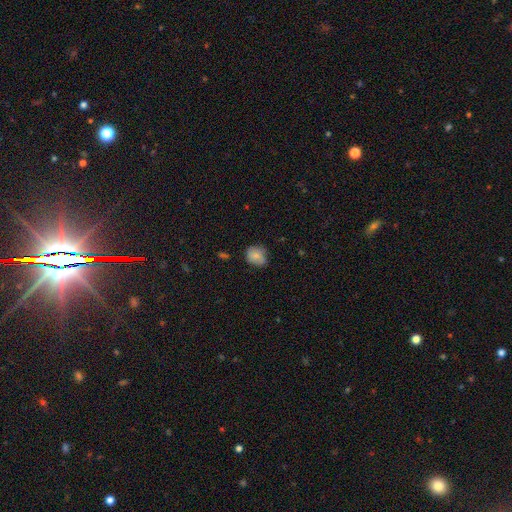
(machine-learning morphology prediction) type=smooth (79%); roundness=round (66%); merging=none (64%).